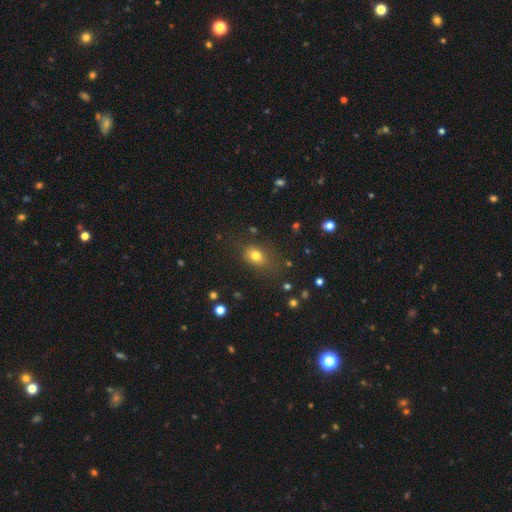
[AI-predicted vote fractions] smooth 77%, star or artifact 14%, featured or disk 9%. Down the decision tree: how rounded — in between (63%); merging — none (72%).